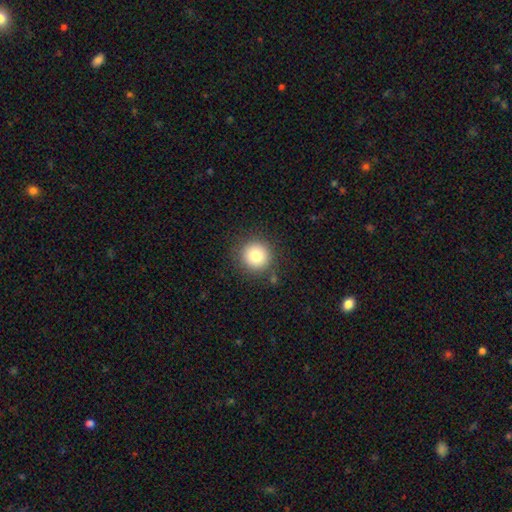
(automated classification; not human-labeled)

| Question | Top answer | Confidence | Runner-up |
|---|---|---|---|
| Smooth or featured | smooth | 82% | star or artifact (10%) |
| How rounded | round | 95% | in between (4%) |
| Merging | none | 86% | minor disturbance (9%) |